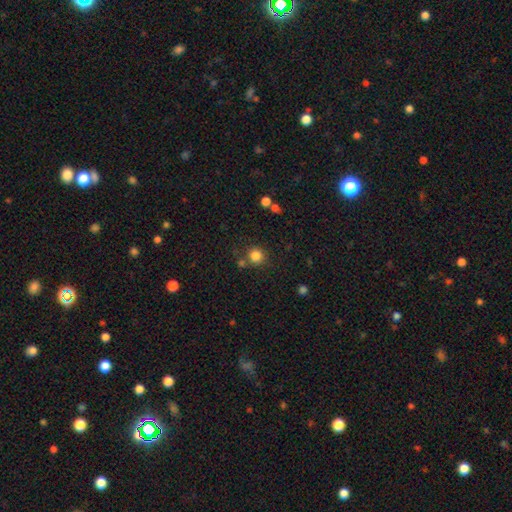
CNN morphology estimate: Smooth or featured?
  - smooth: 83% *
  - star or artifact: 12%
  - featured or disk: 5%
How rounded?
  - round: 91% *
  - in between: 8%
  - cigar-shaped: 1%
Merging?
  - none: 75% *
  - merger: 11%
  - minor disturbance: 10%
  - major disturbance: 4%